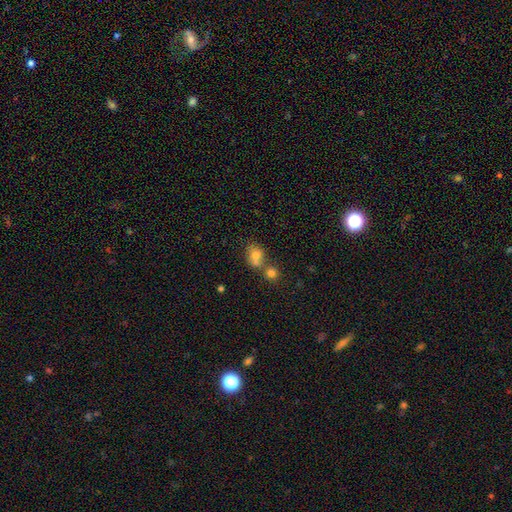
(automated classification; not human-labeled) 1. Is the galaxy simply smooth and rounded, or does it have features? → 73% smooth, 14% featured or disk, 13% star or artifact.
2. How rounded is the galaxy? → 64% round, 35% in between, 1% cigar-shaped.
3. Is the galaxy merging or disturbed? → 50% merger, 38% none, 9% minor disturbance, 4% major disturbance.